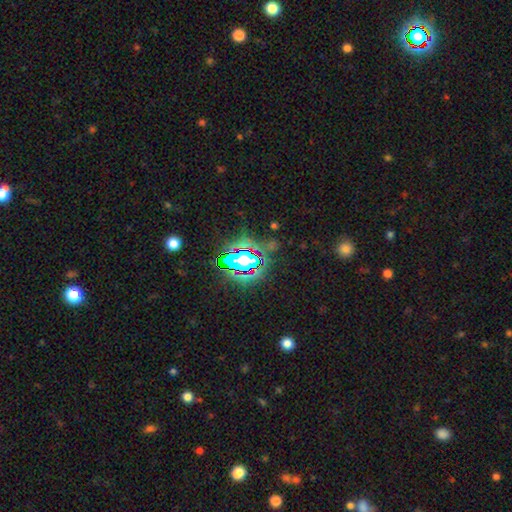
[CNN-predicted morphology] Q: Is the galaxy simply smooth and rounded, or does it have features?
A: star or artifact — 81%.